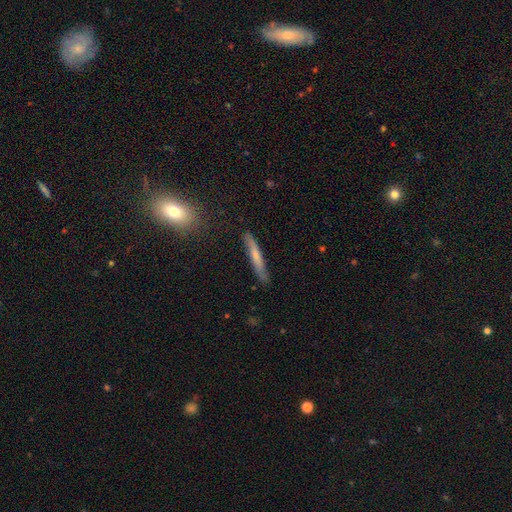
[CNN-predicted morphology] smooth 56%, featured or disk 37%, star or artifact 7%. Down the decision tree: how rounded — cigar-shaped (94%); merging — none (82%).